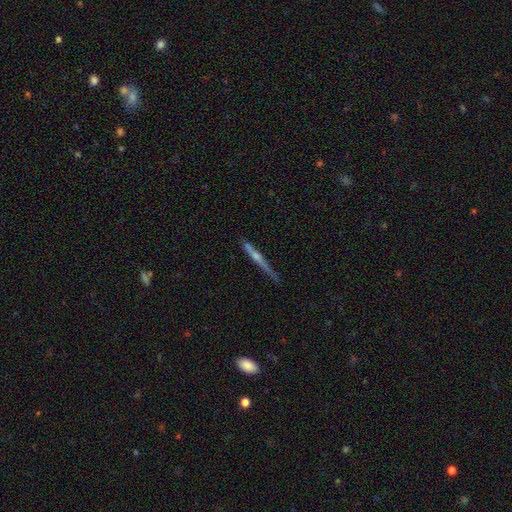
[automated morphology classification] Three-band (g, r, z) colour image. It shows a featured or disk galaxy (67%) viewed edge-on (97%) with a rounded central bulge (63%). Merging: none (77%).